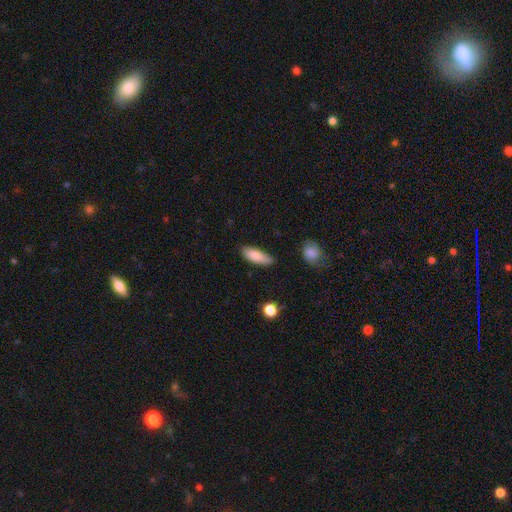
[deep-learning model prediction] Smooth or featured? smooth (85%)
How rounded? in between (63%)
Merging? none (75%)